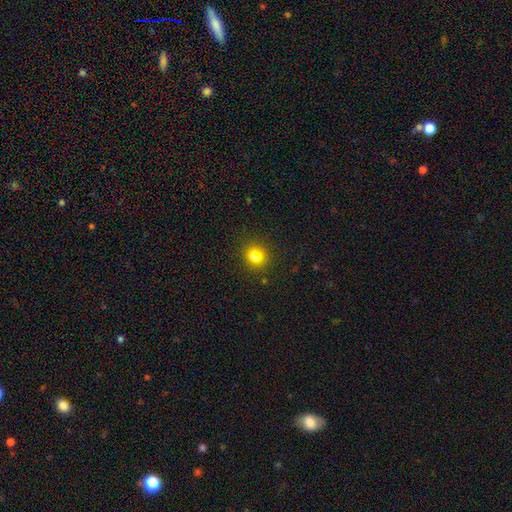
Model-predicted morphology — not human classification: This is likely a smooth galaxy (70%). How rounded: clearly round (90%). Merging: clearly none (81%).